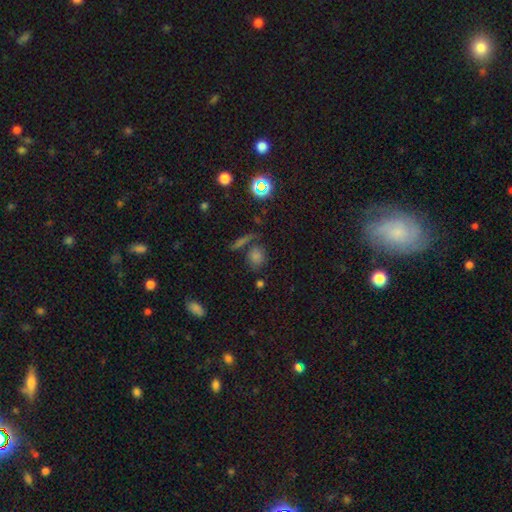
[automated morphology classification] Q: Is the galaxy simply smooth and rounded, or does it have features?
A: smooth — 61%.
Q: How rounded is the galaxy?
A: round — 66%.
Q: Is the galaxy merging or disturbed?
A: none — 69%.